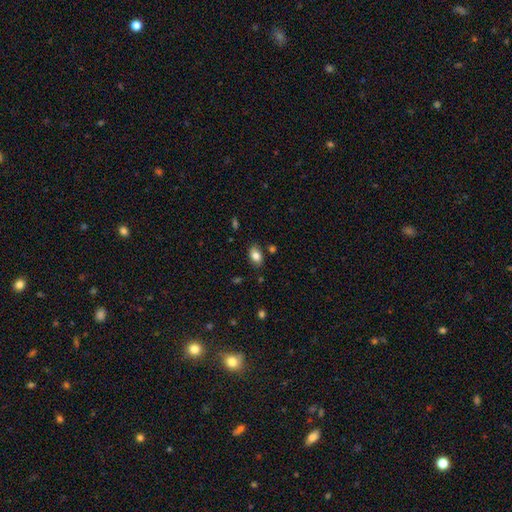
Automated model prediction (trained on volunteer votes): Morphology: type=smooth (80%); roundness=in between (88%); merging=none (80%).